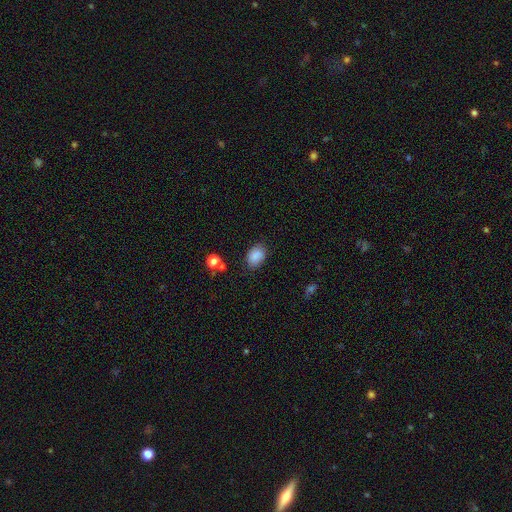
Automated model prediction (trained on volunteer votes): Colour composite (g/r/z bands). It shows a smooth galaxy with no disk features (86%) that is in between round and cigar-shaped (78%). Merging: none (80%).